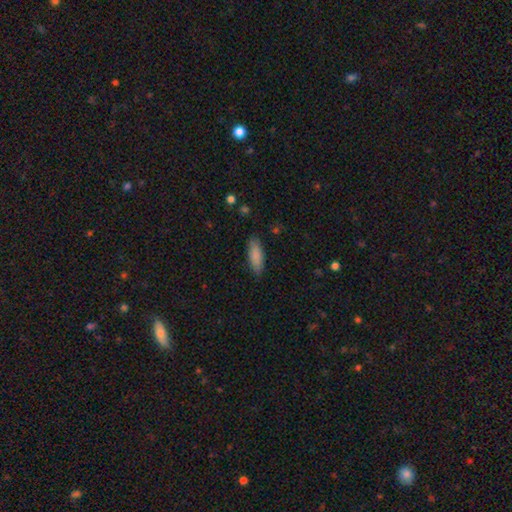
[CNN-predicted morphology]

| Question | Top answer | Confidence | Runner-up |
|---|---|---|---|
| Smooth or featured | smooth | 86% | featured or disk (8%) |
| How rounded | in between | 64% | cigar-shaped (34%) |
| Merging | none | 87% | minor disturbance (10%) |